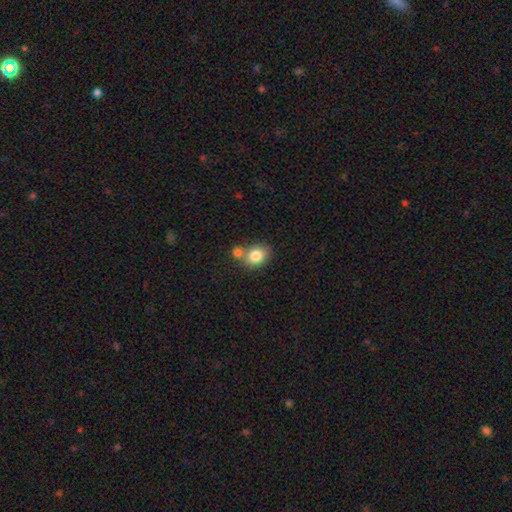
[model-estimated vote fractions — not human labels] Smooth or featured? smooth (82%)
How rounded? in between (50%)
Merging? none (51%)